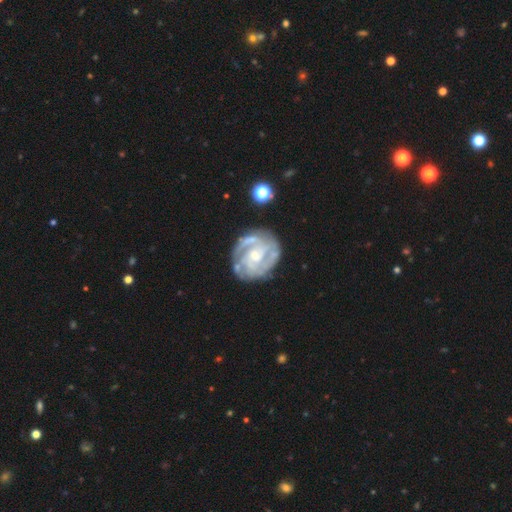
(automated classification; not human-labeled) Smooth or featured?
  - featured or disk: 85% *
  - smooth: 10%
  - star or artifact: 5%
Edge-on disk?
  - no: 98% *
  - yes: 2%
Bar?
  - no: 49% *
  - weak: 39%
  - strong: 12%
Spiral arms?
  - yes: 93% *
  - no: 7%
Spiral winding?
  - tight: 58% *
  - medium: 34%
  - loose: 8%
Spiral arm count?
  - 2: 36% *
  - can't tell: 26%
  - 3: 22%
  - 4: 7%
  - 1: 5%
  - more than 4: 4%
Bulge size?
  - small: 47% *
  - moderate: 44%
  - none: 4%
  - large: 4%
  - dominant: 1%
Merging?
  - none: 73% *
  - minor disturbance: 17%
  - major disturbance: 8%
  - merger: 3%